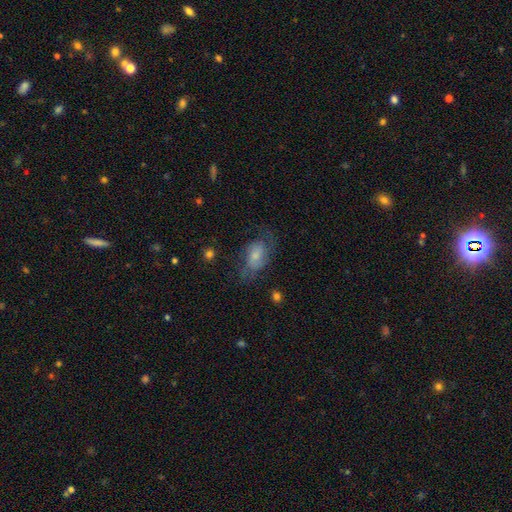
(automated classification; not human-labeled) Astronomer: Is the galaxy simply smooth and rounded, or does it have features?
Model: smooth — 48% (runner-up: featured or disk, 43%).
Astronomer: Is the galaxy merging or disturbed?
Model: none — 51%.